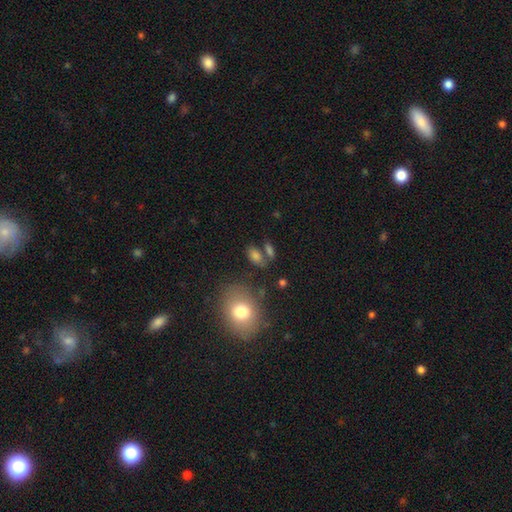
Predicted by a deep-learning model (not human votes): Smooth or featured? Predicted: smooth (p=0.77). How rounded? Predicted: in between (p=0.83). Merging? Predicted: none (p=0.62).